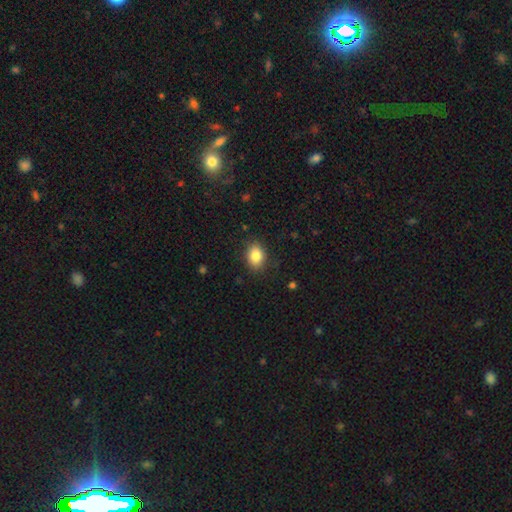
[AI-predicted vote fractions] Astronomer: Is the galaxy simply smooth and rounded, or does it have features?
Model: smooth — 87%.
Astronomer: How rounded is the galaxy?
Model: in between — 74%.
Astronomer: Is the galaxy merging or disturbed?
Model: none — 85%.